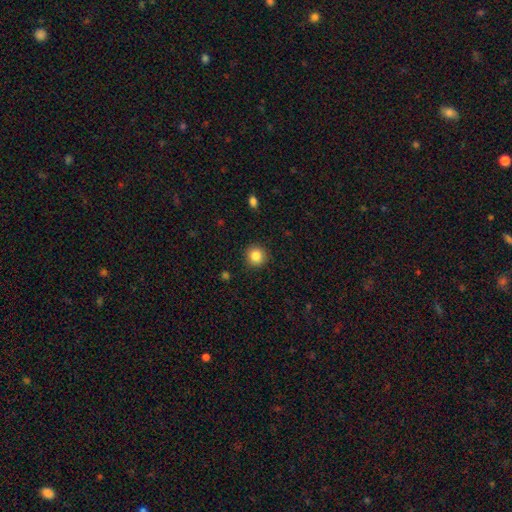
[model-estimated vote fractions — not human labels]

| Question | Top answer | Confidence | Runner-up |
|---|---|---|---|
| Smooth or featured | smooth | 85% | star or artifact (10%) |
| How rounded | round | 93% | in between (6%) |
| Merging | none | 91% | minor disturbance (6%) |